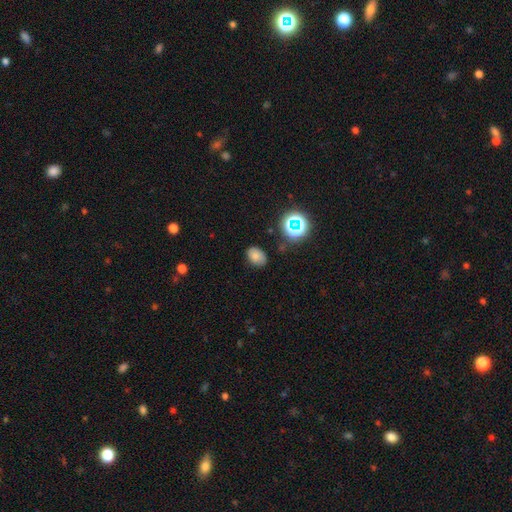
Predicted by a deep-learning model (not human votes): The model was most divided on "how rounded": in between: 76%, round: 23%, cigar-shaped: 1%. More confident: merging — none (79%); smooth or featured — smooth (74%).